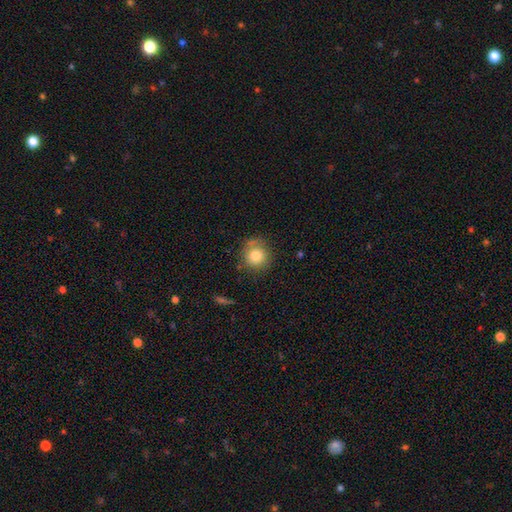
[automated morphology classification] A smooth galaxy with no disk features (80%) that is round (90%). Merging: none (77%).